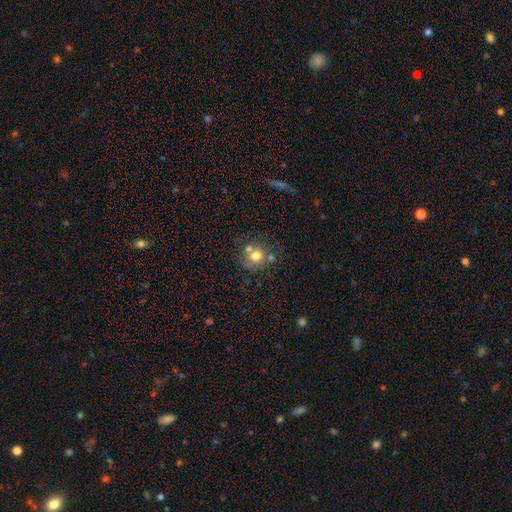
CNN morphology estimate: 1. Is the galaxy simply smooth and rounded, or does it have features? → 69% smooth, 17% featured or disk, 13% star or artifact.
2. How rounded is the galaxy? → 86% round, 13% in between, 1% cigar-shaped.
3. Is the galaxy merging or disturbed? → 57% none, 27% merger, 12% minor disturbance, 5% major disturbance.